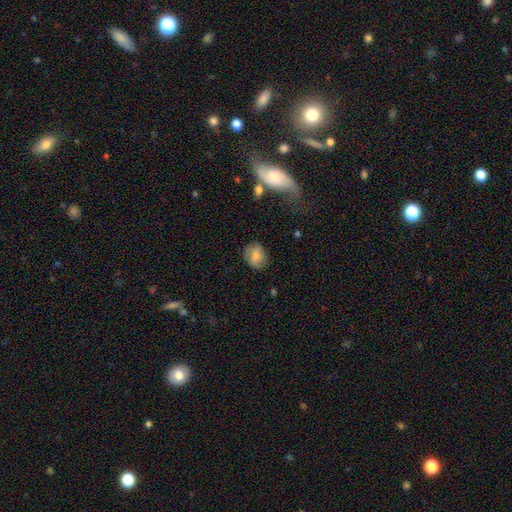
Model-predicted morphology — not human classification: smooth-or-featured: smooth: 74% | featured or disk: 18% | star or artifact: 8%
  how-rounded: round: 57% | in between: 42% | cigar-shaped: 1%
  merging: none: 77% | minor disturbance: 16% | major disturbance: 5% | merger: 2%